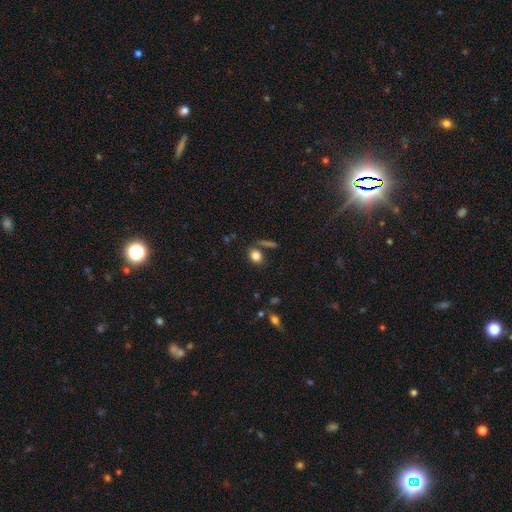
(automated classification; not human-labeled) smooth_or_featured: smooth (p=0.83) [alt: star or artifact p=0.11]
how_rounded: in between (p=0.59) [alt: round p=0.39]
merging: none (p=0.75) [alt: minor disturbance p=0.11]